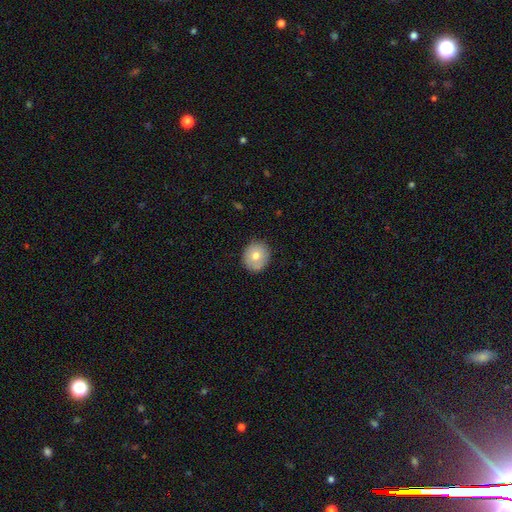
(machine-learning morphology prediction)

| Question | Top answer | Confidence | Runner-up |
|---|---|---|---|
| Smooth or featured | smooth | 75% | featured or disk (17%) |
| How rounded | round | 82% | in between (17%) |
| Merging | none | 87% | minor disturbance (10%) |